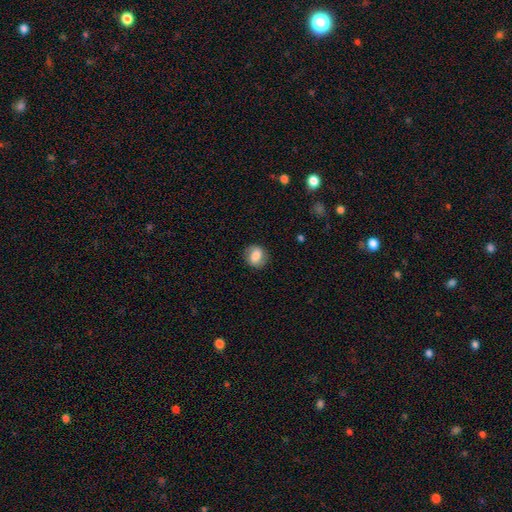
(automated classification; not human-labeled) A smooth galaxy with no disk features (68%) that is round (71%). Merging: none (82%).